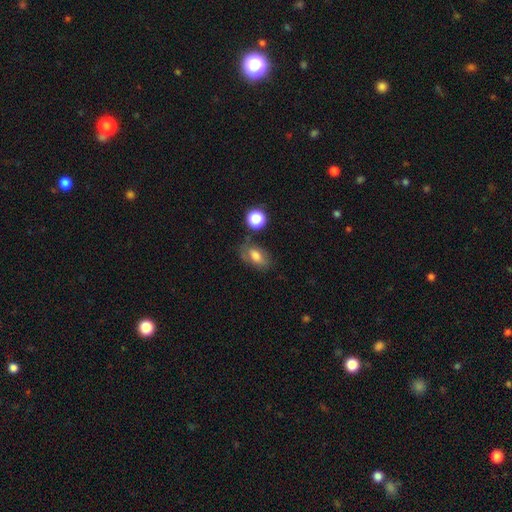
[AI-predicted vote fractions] Morphology: type=smooth (71%); roundness=in between (86%); merging=none (61%).